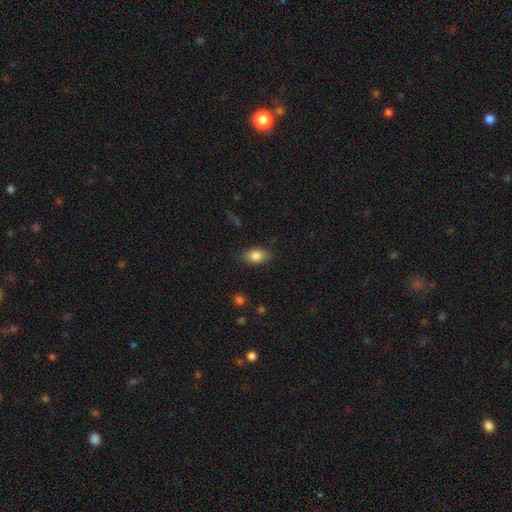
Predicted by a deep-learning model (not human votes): A smooth galaxy with no disk features (84%) that is in between round and cigar-shaped (89%).

Vote fractions:
- Smooth or featured? smooth: 84% / featured or disk: 9% / star or artifact: 8%
- How rounded? in between: 89% / round: 8% / cigar-shaped: 3%
- Merging? none: 85% / minor disturbance: 11% / major disturbance: 3% / merger: 1%